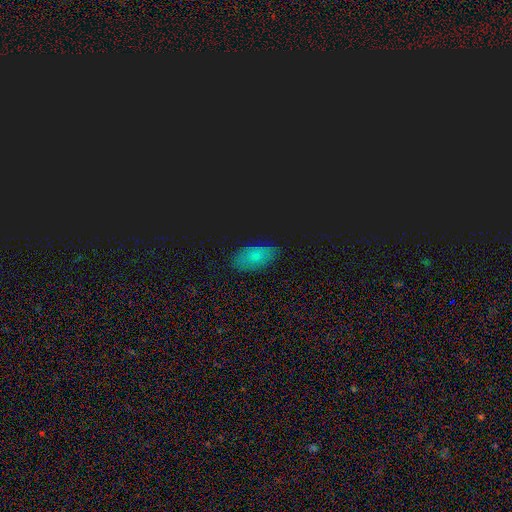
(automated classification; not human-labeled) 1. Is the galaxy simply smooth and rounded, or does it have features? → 64% smooth, 26% star or artifact, 10% featured or disk.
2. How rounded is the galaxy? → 92% in between, 5% round, 4% cigar-shaped.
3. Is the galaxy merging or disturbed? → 82% none, 14% minor disturbance, 3% major disturbance, 1% merger.